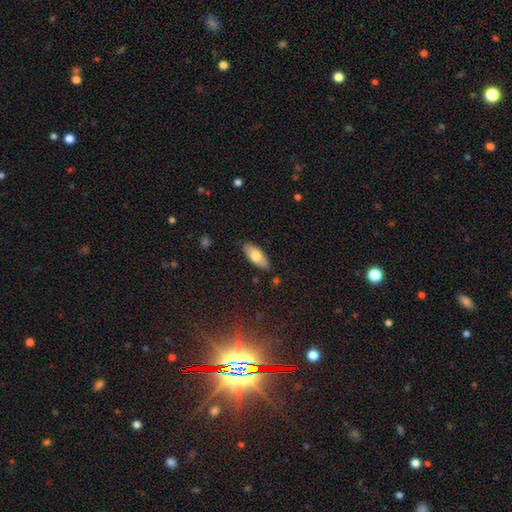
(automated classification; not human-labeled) A smooth galaxy with no disk features (74%) that is in between round and cigar-shaped (85%).

Vote fractions:
- Smooth or featured? smooth: 74% / featured or disk: 20% / star or artifact: 6%
- How rounded? in between: 85% / cigar-shaped: 13% / round: 2%
- Merging? none: 85% / minor disturbance: 11% / major disturbance: 2% / merger: 1%